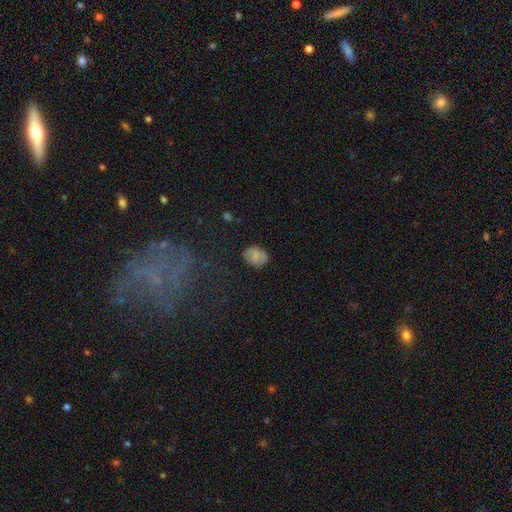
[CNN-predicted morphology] Q: Smooth or featured?
A: smooth (70%); runner-up: featured or disk (20%)
Q: How rounded?
A: in between (59%); runner-up: round (40%)
Q: Merging?
A: none (78%); runner-up: minor disturbance (16%)